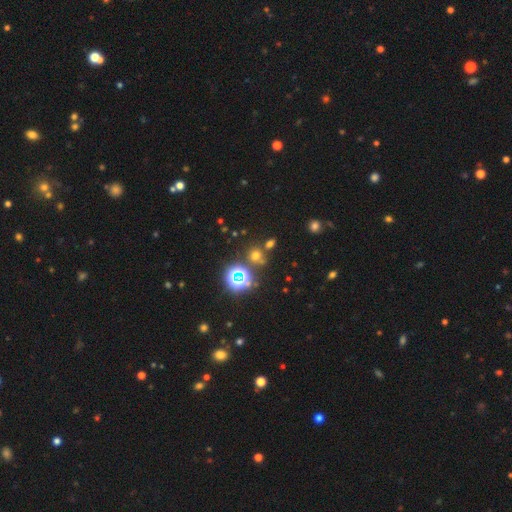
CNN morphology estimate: Smooth or featured: smooth — 53% (star or artifact — 39%)
How rounded: round — 84% (in between — 14%)
Merging: none — 73% (merger — 14%)